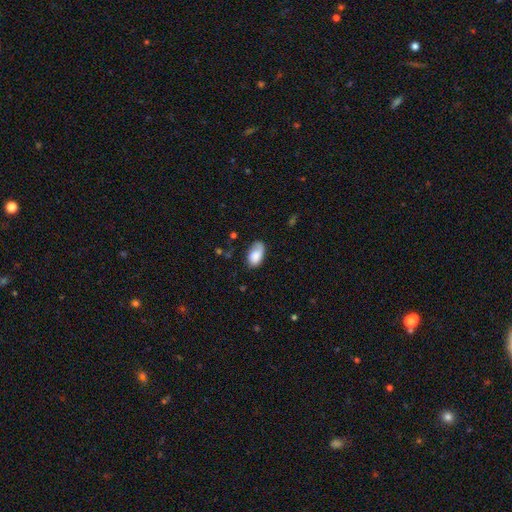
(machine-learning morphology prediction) Smooth or featured? Predicted: smooth (p=0.81). How rounded? Predicted: in between (p=0.94). Merging? Predicted: none (p=0.60).